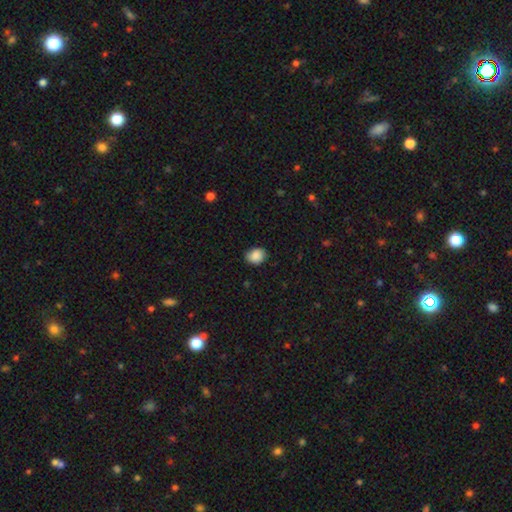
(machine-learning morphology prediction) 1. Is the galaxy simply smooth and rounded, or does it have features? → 88% smooth, 8% star or artifact, 5% featured or disk.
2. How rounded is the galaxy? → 51% round, 48% in between, 1% cigar-shaped.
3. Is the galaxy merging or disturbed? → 82% none, 15% minor disturbance, 3% major disturbance, 1% merger.